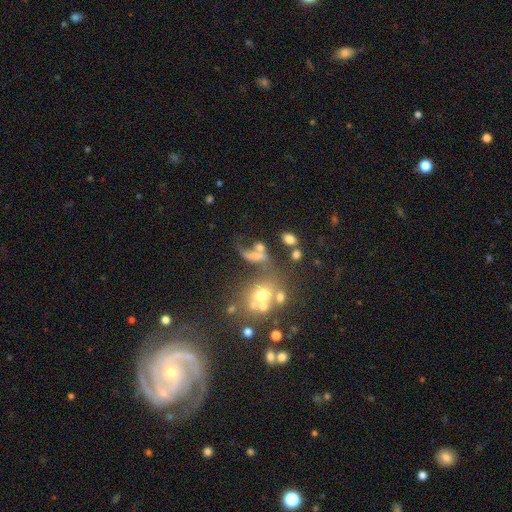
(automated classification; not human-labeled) A featured or disk galaxy (44%). Merging: merger (35%).